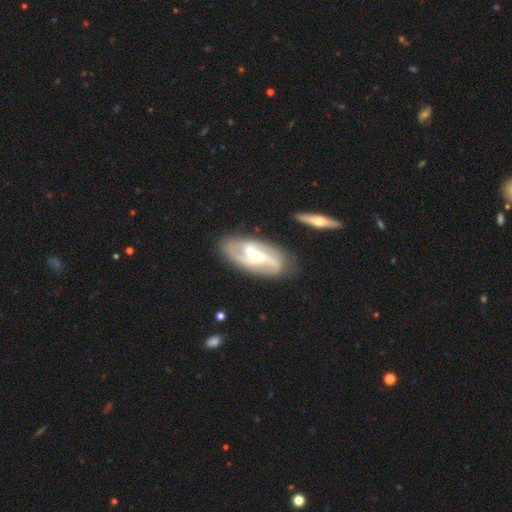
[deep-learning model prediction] The model was most divided on "bulge size": moderate: 42%, small: 40%, large: 10%, none: 6%, dominant: 2%. Remaining: spiral arms — yes (96%); edge-on disk — no (94%); smooth or featured — featured or disk (83%); merging — none (75%); spiral arm count — 2 (63%); spiral winding — medium (49%); bar — weak (43%).